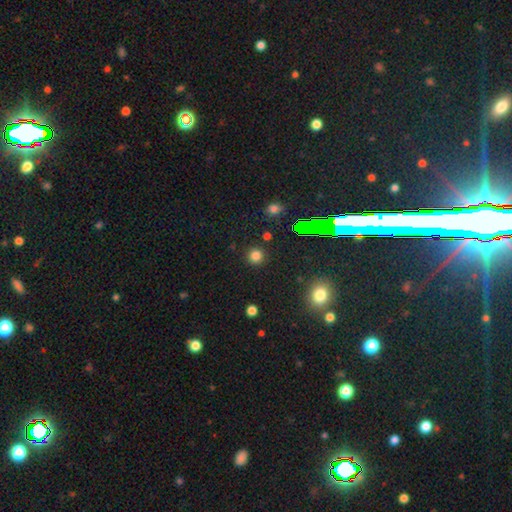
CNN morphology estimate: Smooth or featured? smooth (76%)
How rounded? round (93%)
Merging? none (89%)